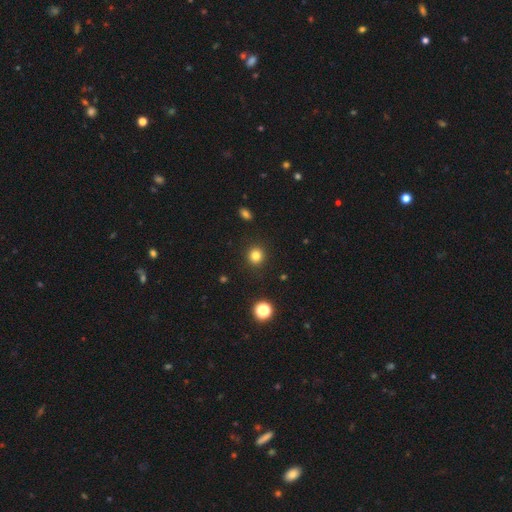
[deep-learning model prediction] Smooth or featured? smooth (82%)
How rounded? round (91%)
Merging? none (91%)